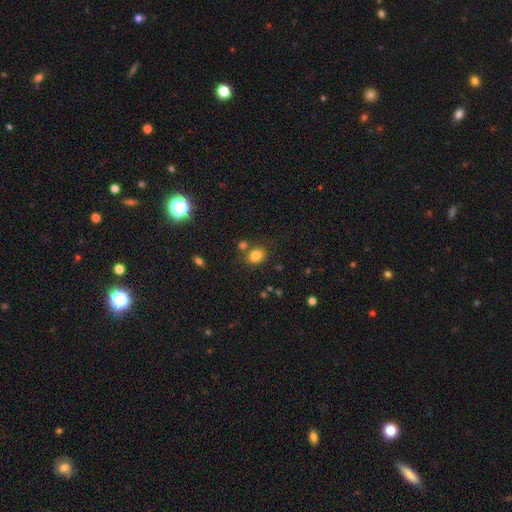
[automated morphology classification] type=smooth (81%); roundness=round (61%); merging=none (73%).